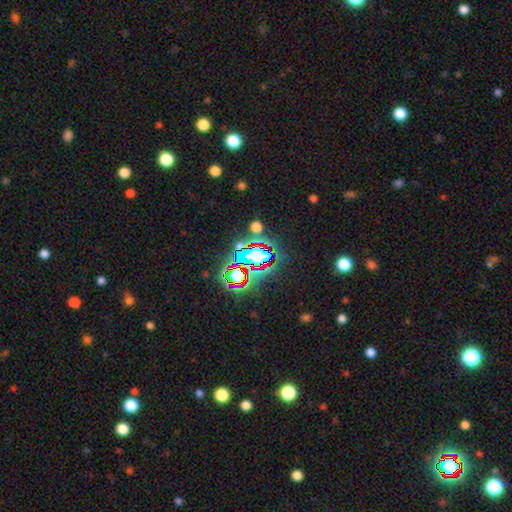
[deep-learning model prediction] Smooth or featured? Predicted: star or artifact (p=0.67).